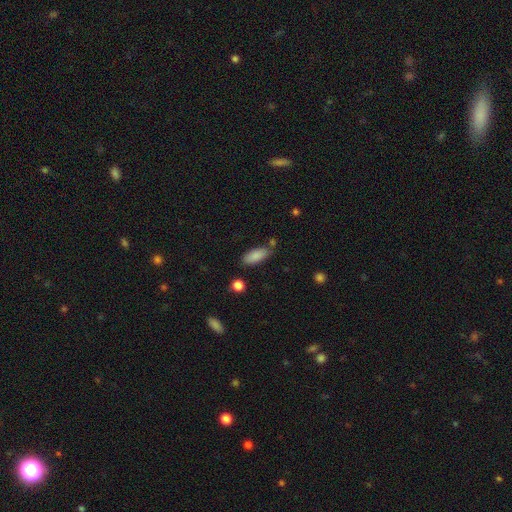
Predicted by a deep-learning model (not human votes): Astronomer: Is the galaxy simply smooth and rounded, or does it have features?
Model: smooth — 86%.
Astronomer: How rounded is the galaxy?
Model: in between — 78%.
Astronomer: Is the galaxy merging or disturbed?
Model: none — 73%.